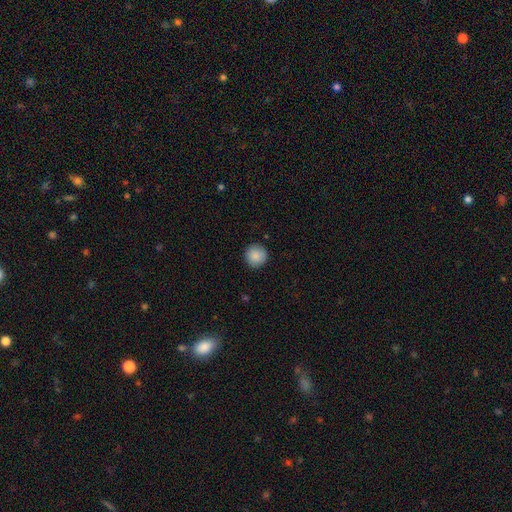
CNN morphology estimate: Smooth or featured? Predicted: smooth (p=0.88). How rounded? Predicted: round (p=0.95). Merging? Predicted: none (p=0.91).